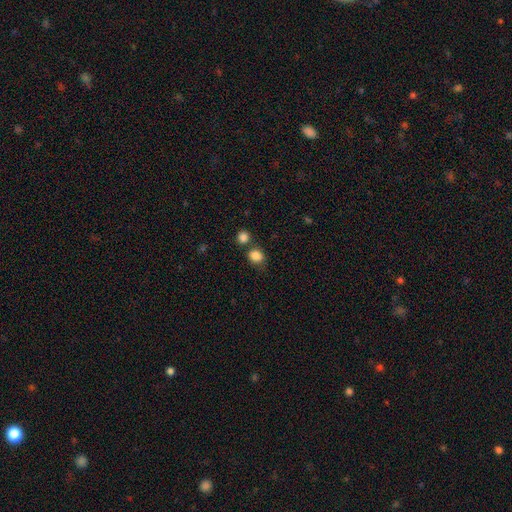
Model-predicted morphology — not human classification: Smooth or featured: smooth — 85% (star or artifact — 10%)
How rounded: round — 64% (in between — 35%)
Merging: none — 60% (merger — 19%)